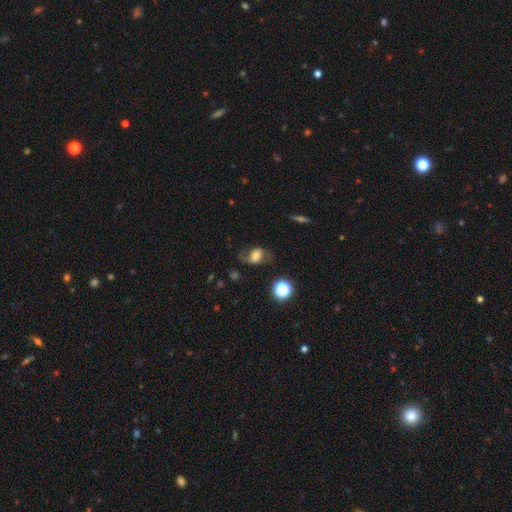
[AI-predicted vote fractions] This appears to be a smooth galaxy with no disk features (45%). Merging: none (56%).